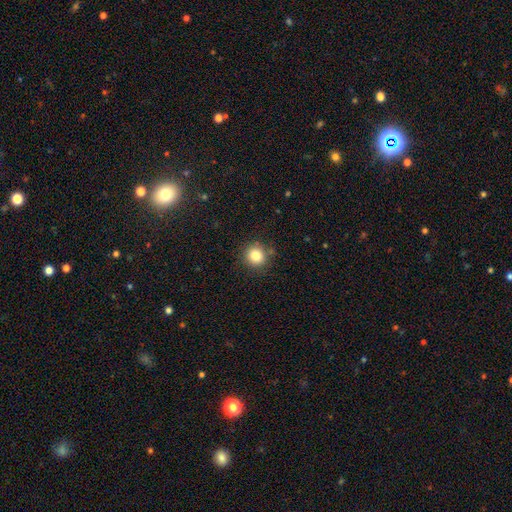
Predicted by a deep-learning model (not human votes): This appears to be a smooth galaxy with no disk features (82%) that is round (91%). Merging: none (85%).